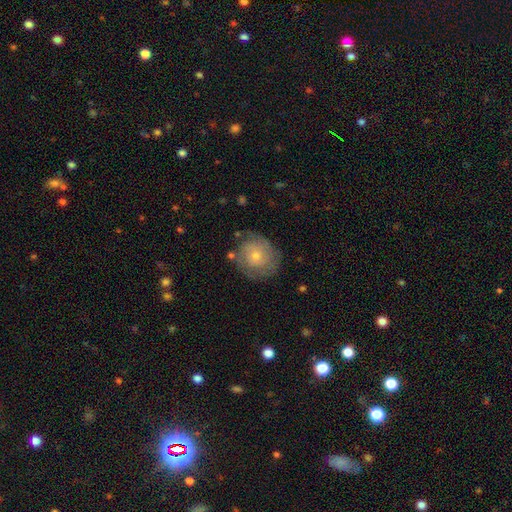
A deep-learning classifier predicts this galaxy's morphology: The model was most divided on "smooth or featured": smooth: 47%, featured or disk: 44%, star or artifact: 9%. More confident: merging — none (73%).